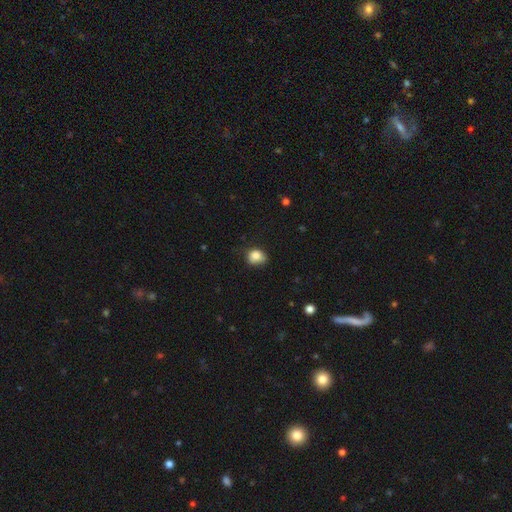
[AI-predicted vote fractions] This is clearly a smooth galaxy (84%). How rounded: possibly round (60%). Merging: likely none (62%).